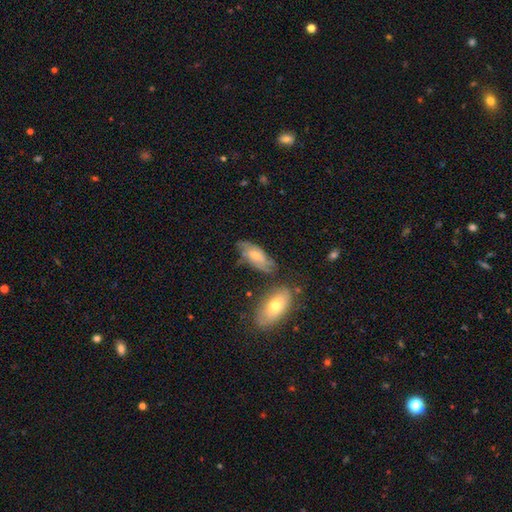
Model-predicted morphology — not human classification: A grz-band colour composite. It shows a featured or disk galaxy (47%). Merging: none (53%).